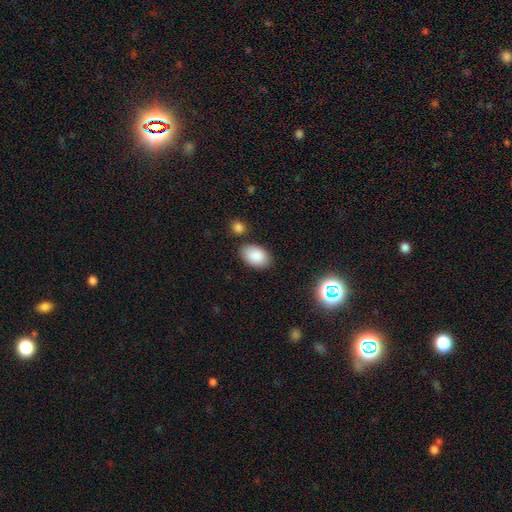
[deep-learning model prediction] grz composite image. It shows a smooth galaxy with no disk features (88%) that is in between round and cigar-shaped (92%). Merging: none (79%).